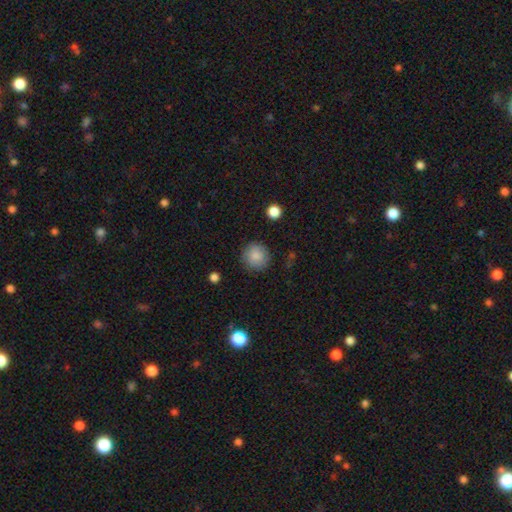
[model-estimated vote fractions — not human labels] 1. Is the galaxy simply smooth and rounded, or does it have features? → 86% smooth, 8% star or artifact, 6% featured or disk.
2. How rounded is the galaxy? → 92% round, 7% in between, 1% cigar-shaped.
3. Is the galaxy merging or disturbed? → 85% none, 10% minor disturbance, 3% major disturbance, 1% merger.